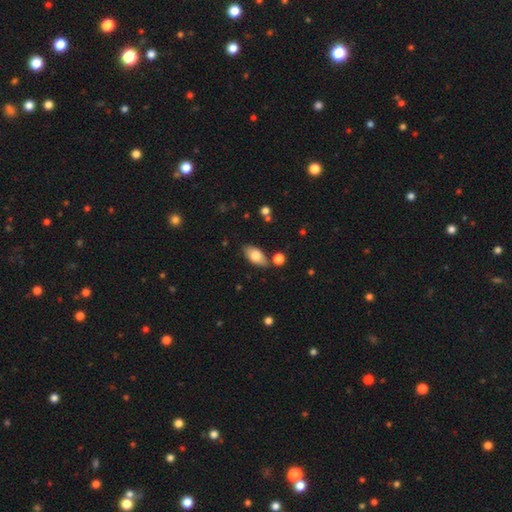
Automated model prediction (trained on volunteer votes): The model was most divided on "smooth or featured": smooth: 76%, featured or disk: 17%, star or artifact: 7%. More confident: how rounded — in between (91%); merging — none (78%).